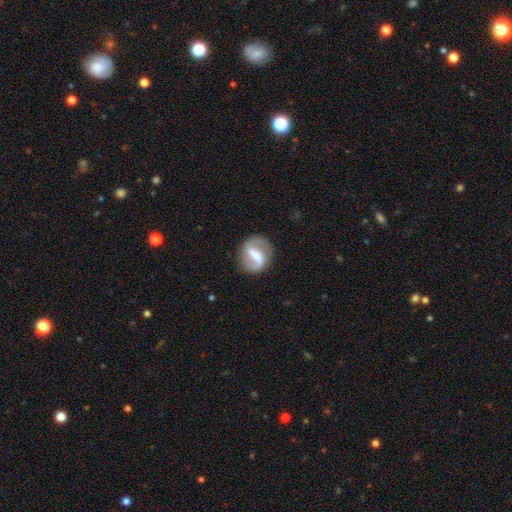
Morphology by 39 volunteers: Q: Smooth or featured?
A: featured or disk (69%); runner-up: smooth (21%)
Q: Edge-on disk?
A: no (96%); runner-up: yes (4%)
Q: Bar?
A: strong (62%); runner-up: weak (19%)
Q: Spiral arms?
A: yes (77%); runner-up: no (23%)
Q: Spiral winding?
A: loose (55%); runner-up: tight (30%)
Q: Spiral arm count?
A: 2 (90%); runner-up: 1 (5%)
Q: Bulge size?
A: small (31%); runner-up: moderate (27%)
Q: Merging?
A: none (80%); runner-up: minor disturbance (17%)